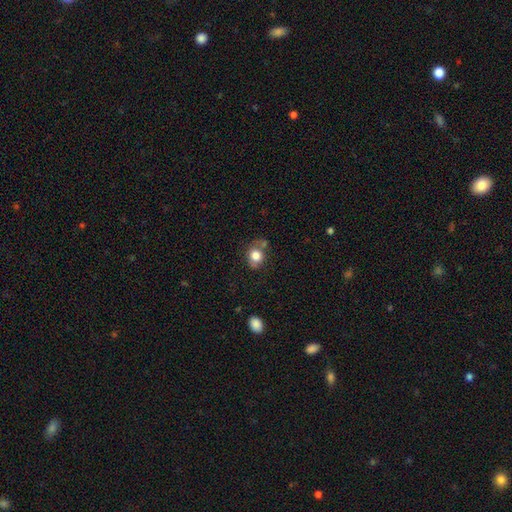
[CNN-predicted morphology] The model was most divided on "how rounded": round: 67%, in between: 32%, cigar-shaped: 1%. More confident: smooth or featured — smooth (80%); merging — none (57%).